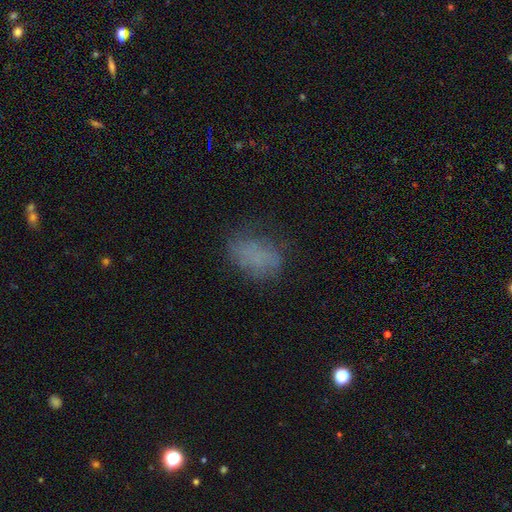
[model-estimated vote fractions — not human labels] This appears to be a smooth galaxy with no disk features (64%) that is in between round and cigar-shaped (79%). Merging: none (60%).